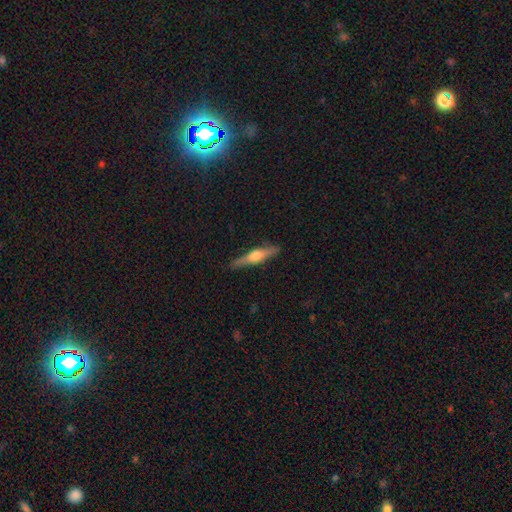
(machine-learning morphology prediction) featured or disk 65%, smooth 29%, star or artifact 6%. Down the decision tree: edge-on disk — yes (97%); edge-on bulge — rounded (88%); merging — none (88%).